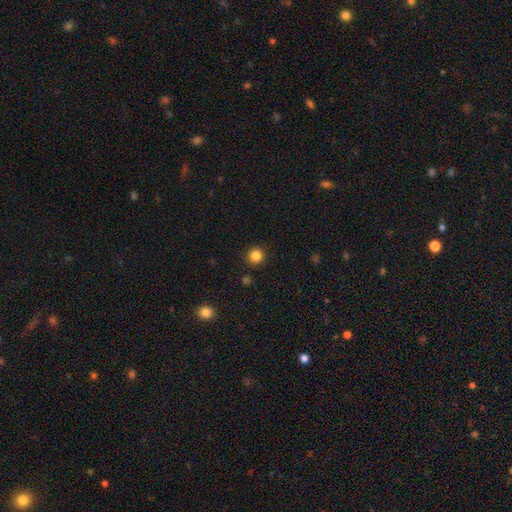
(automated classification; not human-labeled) A smooth galaxy with no disk features (85%) that is round (95%).

Vote fractions:
- Smooth or featured? smooth: 85% / star or artifact: 12% / featured or disk: 4%
- How rounded? round: 95% / in between: 4% / cigar-shaped: 1%
- Merging? none: 91% / minor disturbance: 6% / major disturbance: 2% / merger: 1%